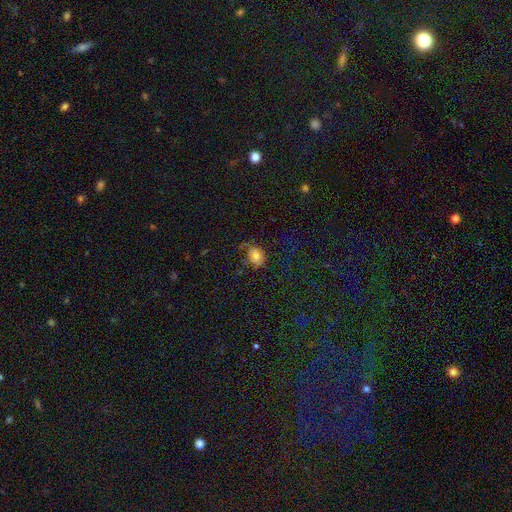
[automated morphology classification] Smooth or featured?
  - smooth: 75% *
  - star or artifact: 13%
  - featured or disk: 12%
How rounded?
  - in between: 52% *
  - round: 47%
  - cigar-shaped: 1%
Merging?
  - none: 61% *
  - minor disturbance: 24%
  - major disturbance: 12%
  - merger: 3%